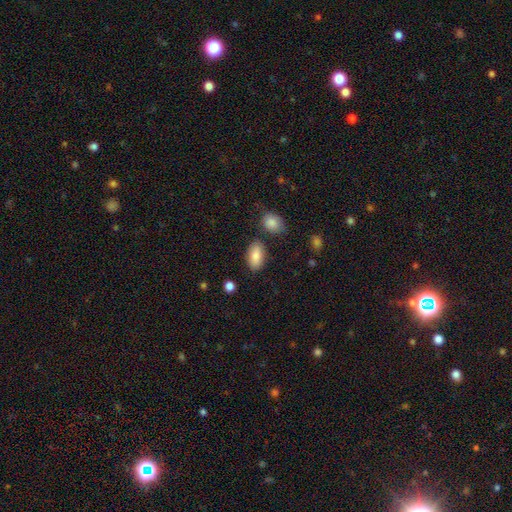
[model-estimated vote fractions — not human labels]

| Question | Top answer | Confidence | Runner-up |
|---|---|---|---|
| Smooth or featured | smooth | 85% | featured or disk (8%) |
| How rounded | in between | 93% | round (4%) |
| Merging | none | 82% | minor disturbance (11%) |